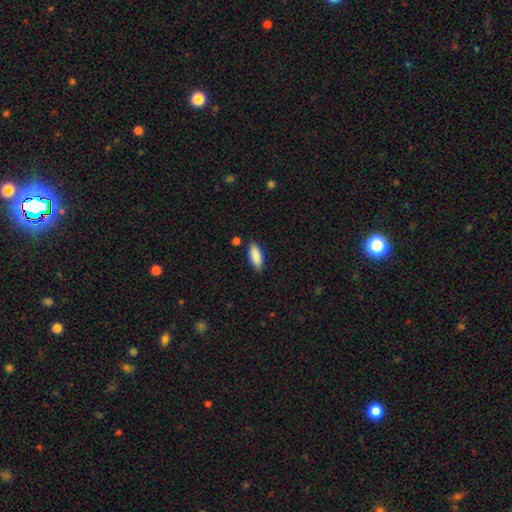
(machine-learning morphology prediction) Q: Smooth or featured?
A: smooth (89%); runner-up: star or artifact (6%)
Q: How rounded?
A: in between (81%); runner-up: cigar-shaped (17%)
Q: Merging?
A: none (85%); runner-up: minor disturbance (11%)